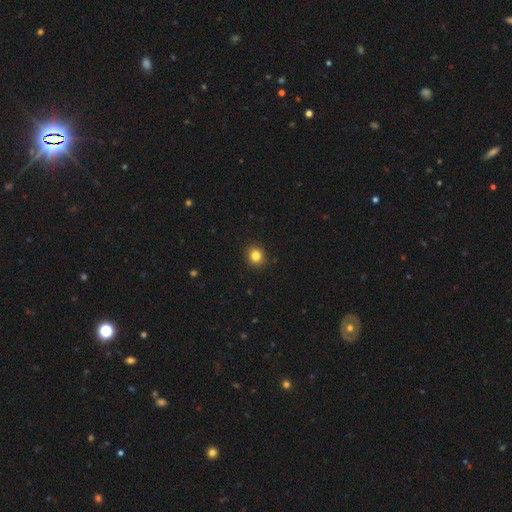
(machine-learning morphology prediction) type=smooth (83%); roundness=round (83%); merging=none (92%).